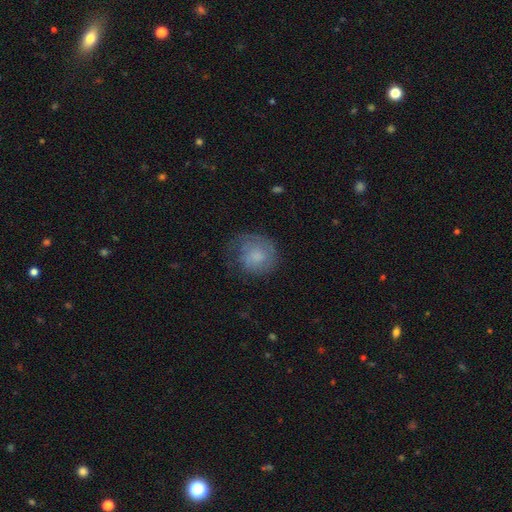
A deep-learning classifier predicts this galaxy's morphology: smooth-or-featured: smooth: 60% | featured or disk: 32% | star or artifact: 8%
  how-rounded: round: 79% | in between: 20% | cigar-shaped: 1%
  merging: none: 50% | minor disturbance: 27% | major disturbance: 21% | merger: 2%